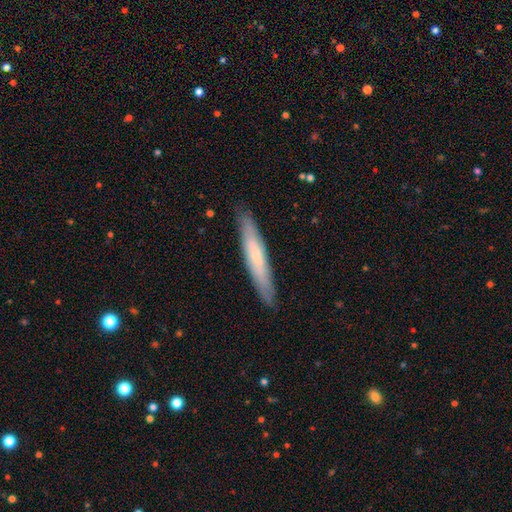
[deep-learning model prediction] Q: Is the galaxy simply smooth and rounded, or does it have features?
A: smooth — 57%.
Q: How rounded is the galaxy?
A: cigar-shaped — 92%.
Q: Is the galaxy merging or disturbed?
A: none — 88%.